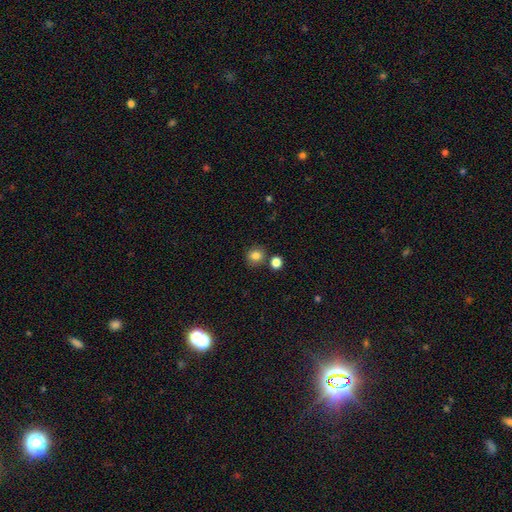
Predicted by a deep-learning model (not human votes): This is clearly a smooth galaxy (84%). How rounded: clearly round (83%). Merging: likely none (79%).